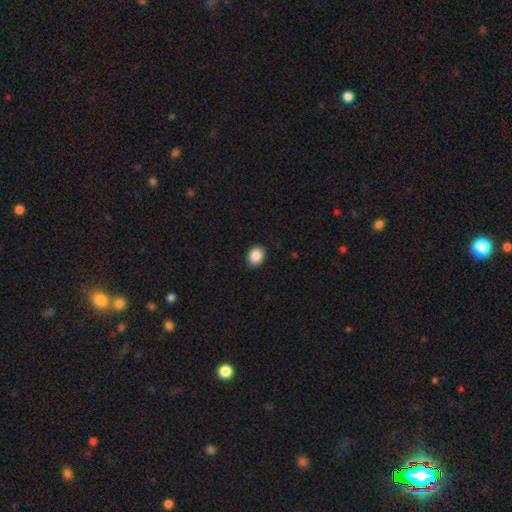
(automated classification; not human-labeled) Overall: smooth (89%). How rounded: in between (54%; round 45%). Merging: none (91%).